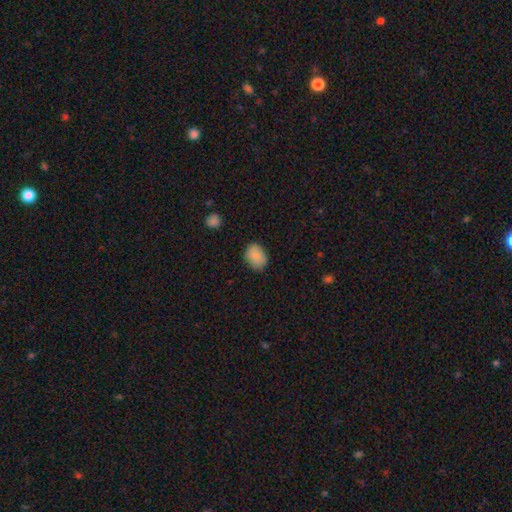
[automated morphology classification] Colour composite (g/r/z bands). It shows a smooth galaxy with no disk features (86%) that is in between round and cigar-shaped (73%). Merging: none (80%).